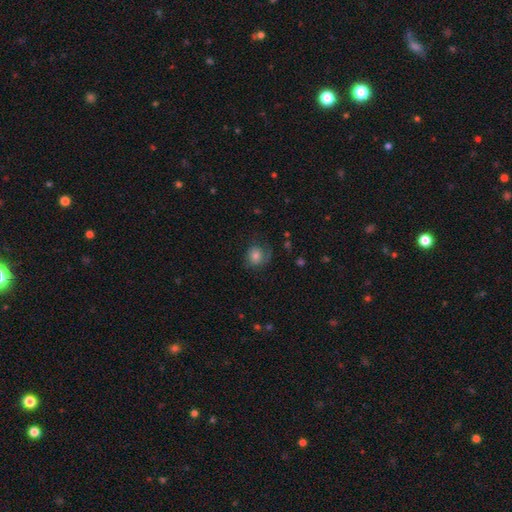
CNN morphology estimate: This is likely a smooth galaxy (67%). How rounded: likely round (73%). Merging: possibly none (57%).